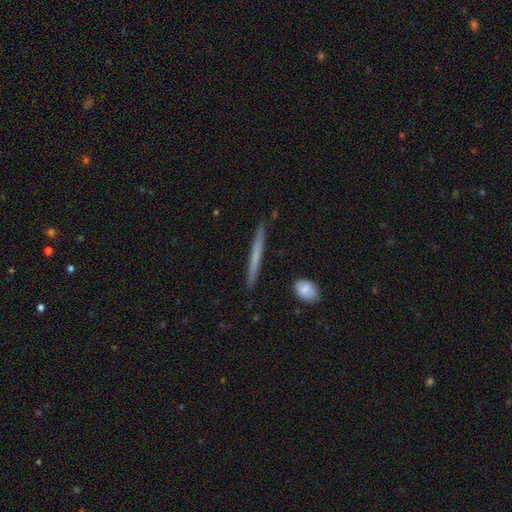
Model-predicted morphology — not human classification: Smooth or featured?
  - smooth: 50% *
  - featured or disk: 44%
  - star or artifact: 6%
How rounded?
  - cigar-shaped: 96% *
  - in between: 2%
  - round: 2%
Merging?
  - none: 89% *
  - minor disturbance: 8%
  - merger: 2%
  - major disturbance: 1%